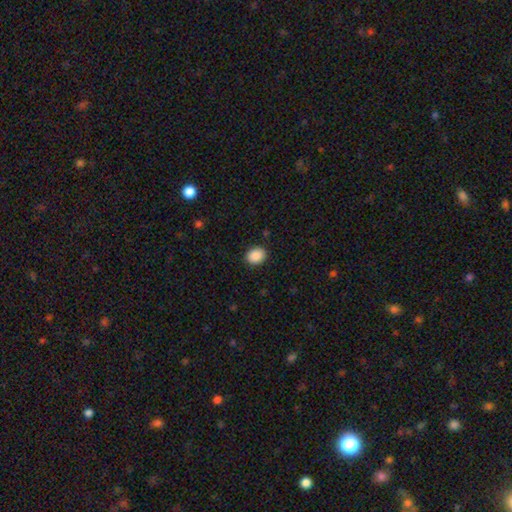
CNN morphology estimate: The model was most divided on "how rounded": in between: 53%, round: 46%, cigar-shaped: 1%. More confident: smooth or featured — smooth (90%); merging — none (90%).